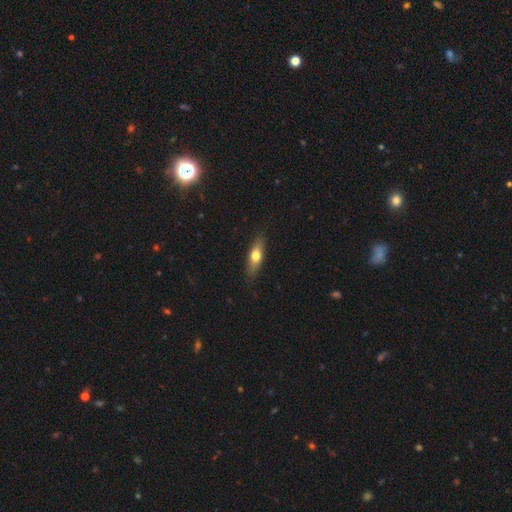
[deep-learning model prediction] Smooth or featured: smooth — 61% (featured or disk — 32%)
How rounded: in between — 49% (cigar-shaped — 47%)
Merging: none — 86% (minor disturbance — 11%)